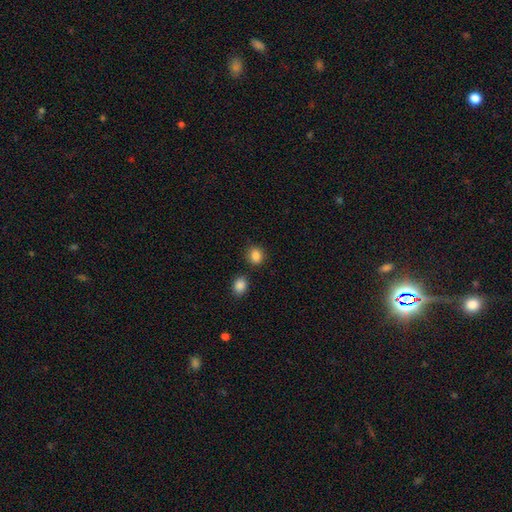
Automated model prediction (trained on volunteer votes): Smooth or featured? Predicted: smooth (p=0.86). How rounded? Predicted: round (p=0.69). Merging? Predicted: none (p=0.80).